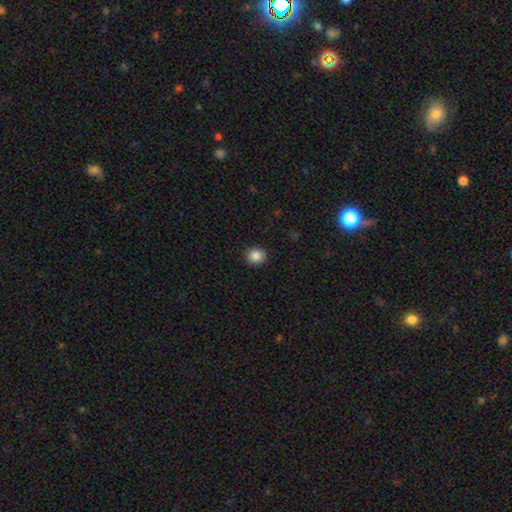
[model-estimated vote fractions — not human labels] smooth_or_featured: smooth (p=0.86) [alt: star or artifact p=0.09]
how_rounded: round (p=0.80) [alt: in between p=0.19]
merging: none (p=0.90) [alt: minor disturbance p=0.07]